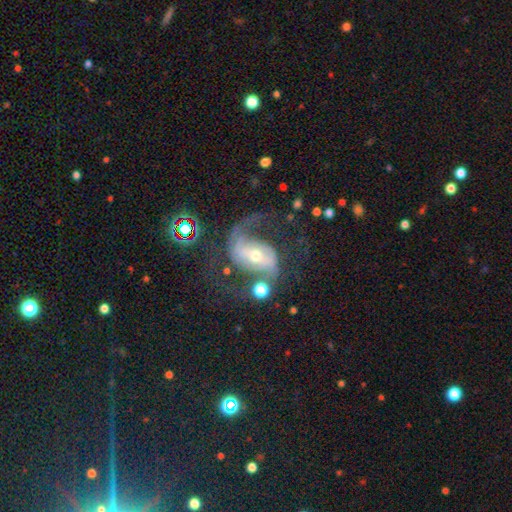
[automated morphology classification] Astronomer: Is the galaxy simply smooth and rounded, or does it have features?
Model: featured or disk — 85%.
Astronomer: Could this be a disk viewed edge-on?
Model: no — 97%.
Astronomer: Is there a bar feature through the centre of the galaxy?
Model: strong — 41% (runner-up: weak, 35%).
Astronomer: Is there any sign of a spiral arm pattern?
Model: yes — 94%.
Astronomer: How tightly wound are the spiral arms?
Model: loose — 46% (runner-up: medium, 43%).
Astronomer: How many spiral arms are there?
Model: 2 — 84%.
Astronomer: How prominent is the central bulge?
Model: moderate — 50% (runner-up: small, 44%).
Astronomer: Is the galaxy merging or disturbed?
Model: none — 53%.